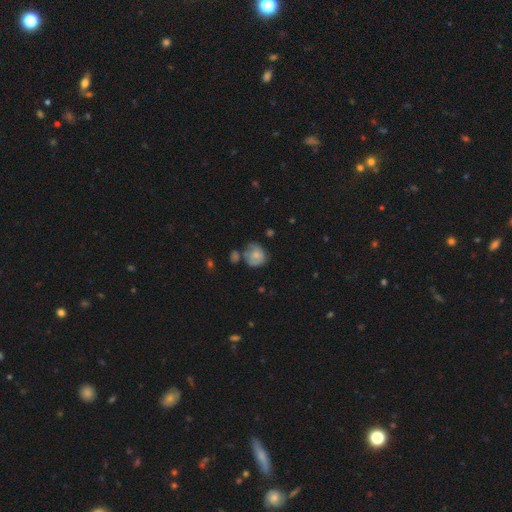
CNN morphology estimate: smooth_or_featured: smooth (p=0.69) [alt: featured or disk p=0.23]
how_rounded: round (p=0.73) [alt: in between p=0.26]
merging: none (p=0.47) [alt: minor disturbance p=0.29]